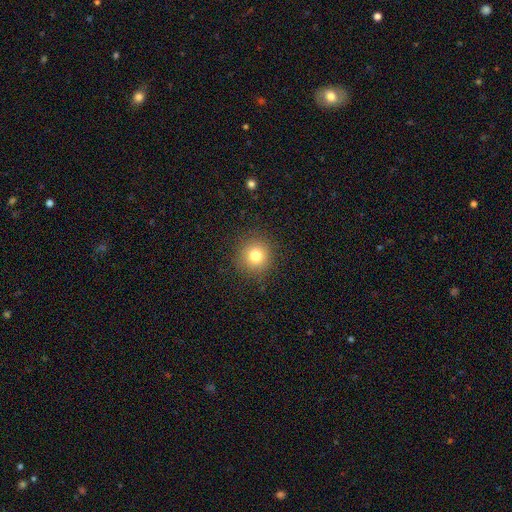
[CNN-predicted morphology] Smooth or featured? smooth (79%)
How rounded? round (94%)
Merging? none (89%)